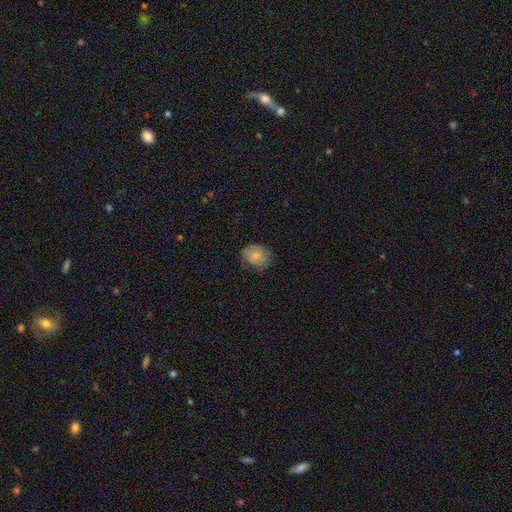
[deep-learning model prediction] Overall: smooth (78%). How rounded: round (52%; in between 47%). Merging: none (68%).